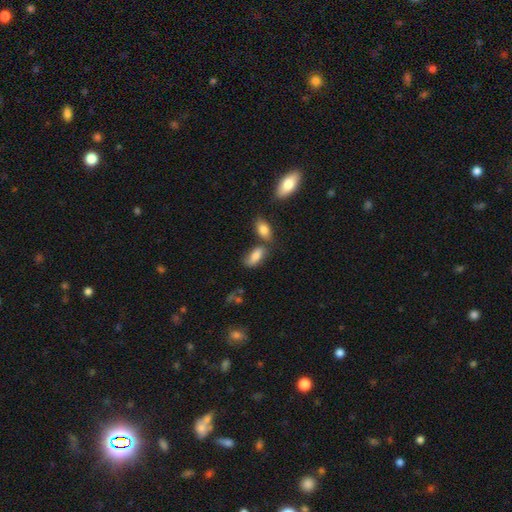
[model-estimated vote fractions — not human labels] Smooth or featured? Predicted: smooth (p=0.81). How rounded? Predicted: in between (p=0.88). Merging? Predicted: none (p=0.56).